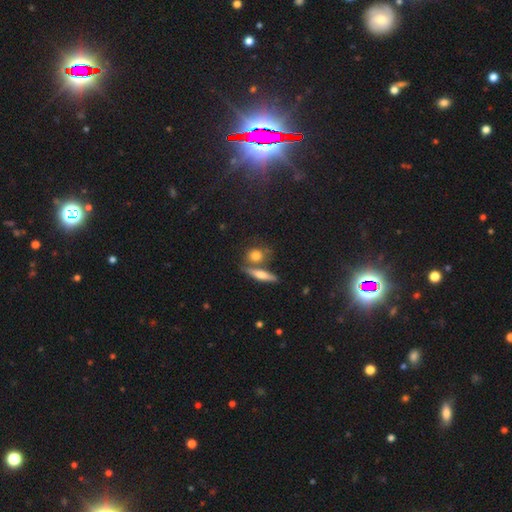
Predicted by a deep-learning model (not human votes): This is likely a smooth galaxy (70%). How rounded: possibly round (53%). Merging: likely none (61%).